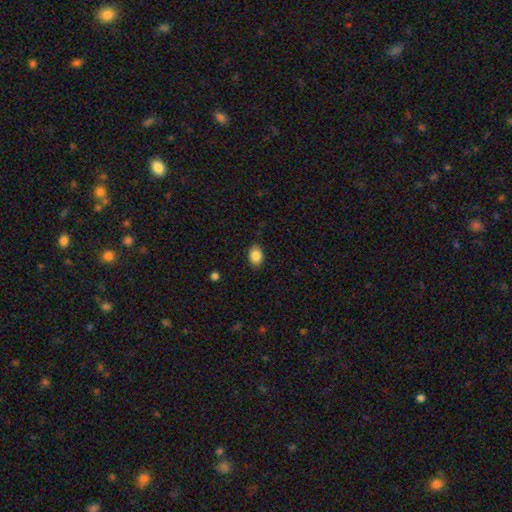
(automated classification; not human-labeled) The model was most divided on "how rounded": in between: 77%, round: 22%, cigar-shaped: 1%. More confident: merging — none (87%); smooth or featured — smooth (87%).